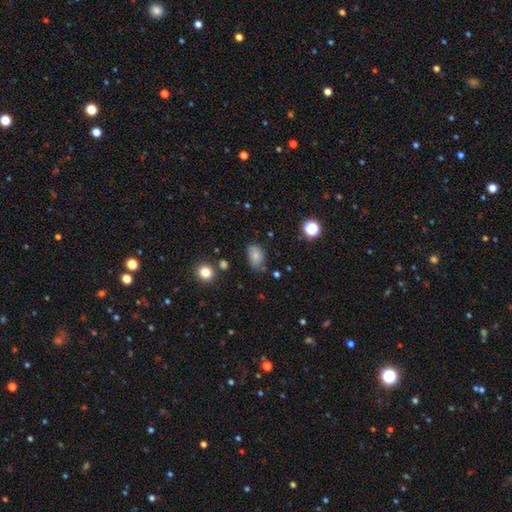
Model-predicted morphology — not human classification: Smooth or featured: smooth — 79% (star or artifact — 12%)
How rounded: in between — 82% (round — 17%)
Merging: none — 68% (minor disturbance — 22%)